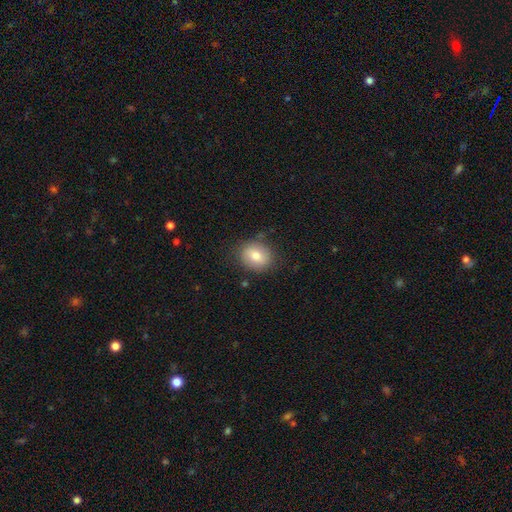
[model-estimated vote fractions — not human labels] A smooth galaxy with no disk features (79%) that is round (56%).

Vote fractions:
- Smooth or featured? smooth: 79% / featured or disk: 13% / star or artifact: 9%
- How rounded? round: 56% / in between: 43% / cigar-shaped: 1%
- Merging? none: 81% / minor disturbance: 14% / major disturbance: 4% / merger: 2%